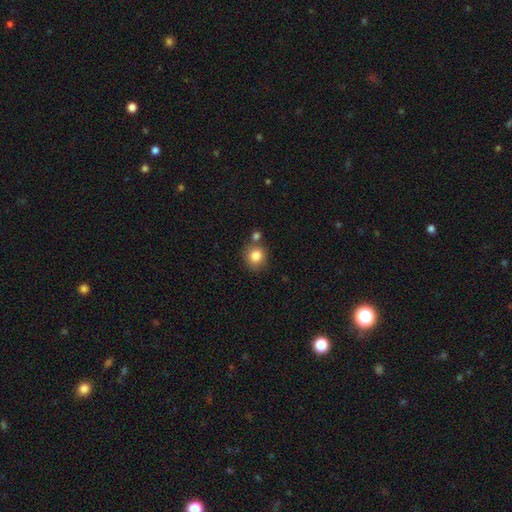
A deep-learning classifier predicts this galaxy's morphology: The model was most divided on "merging": none: 68%, merger: 17%, minor disturbance: 12%, major disturbance: 3%. More confident: how rounded — round (85%); smooth or featured — smooth (84%).